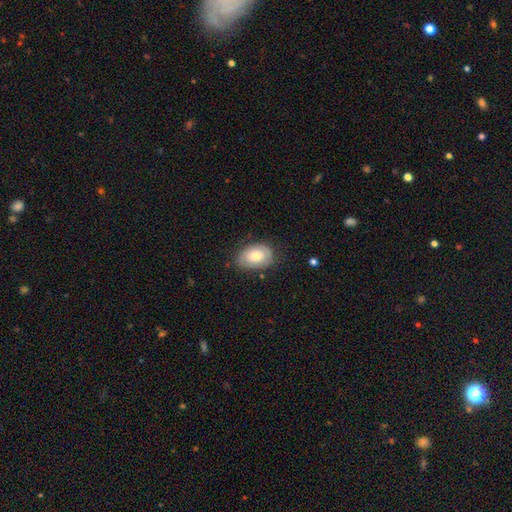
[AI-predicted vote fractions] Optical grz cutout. It shows a smooth galaxy with no disk features (67%) that is in between round and cigar-shaped (84%). Merging: none (73%).